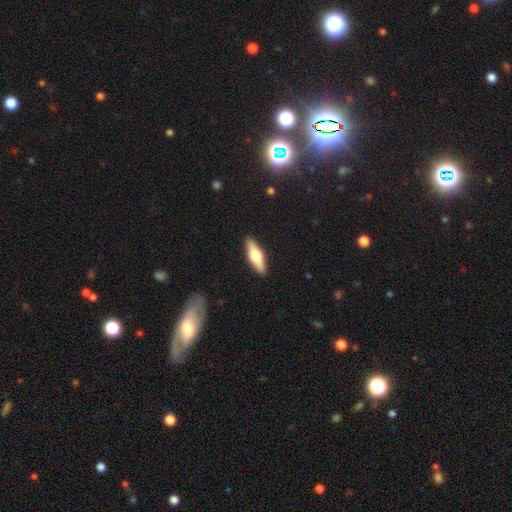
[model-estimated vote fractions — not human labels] Morphology: type=smooth (51%); roundness=cigar-shaped (52%); merging=none (90%).